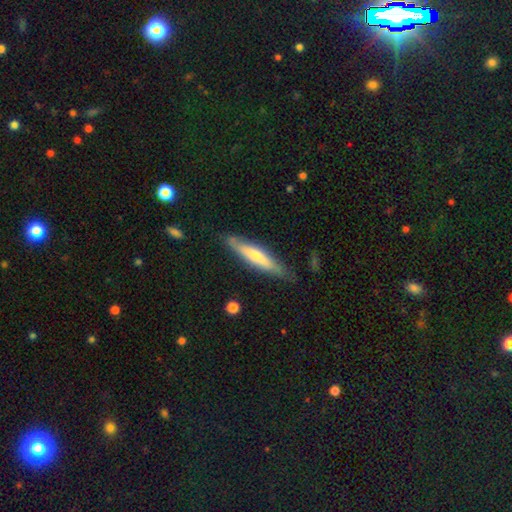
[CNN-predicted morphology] Smooth or featured: smooth — 50% (featured or disk — 44%)
How rounded: cigar-shaped — 86% (in between — 13%)
Merging: none — 78% (minor disturbance — 17%)